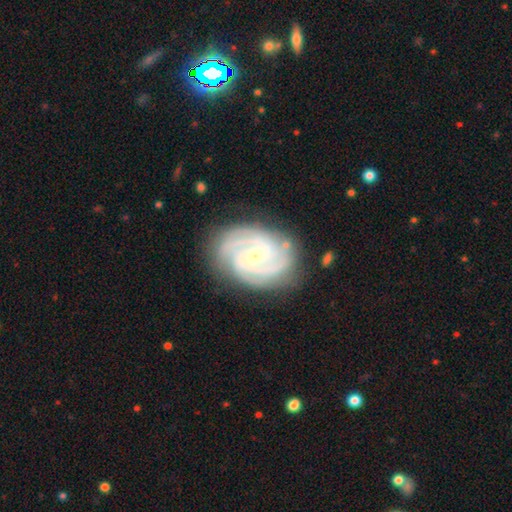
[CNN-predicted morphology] smooth_or_featured: featured or disk (p=0.91) [alt: star or artifact p=0.04]
disk_edge_on: no (p=0.98) [alt: yes p=0.02]
bar: no (p=0.45) [alt: weak p=0.41]
has_spiral_arms: yes (p=0.98) [alt: no p=0.02]
spiral_winding: tight (p=0.74) [alt: medium p=0.23]
spiral_arm_count: 3 (p=0.40) [alt: 4 p=0.20]
bulge_size: small (p=0.56) [alt: moderate p=0.42]
merging: none (p=0.81) [alt: minor disturbance p=0.14]